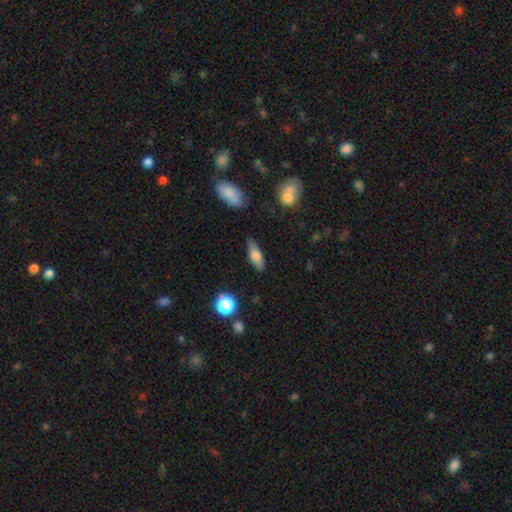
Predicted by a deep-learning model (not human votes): Morphology: type=smooth (65%); roundness=in between (61%); merging=none (84%).